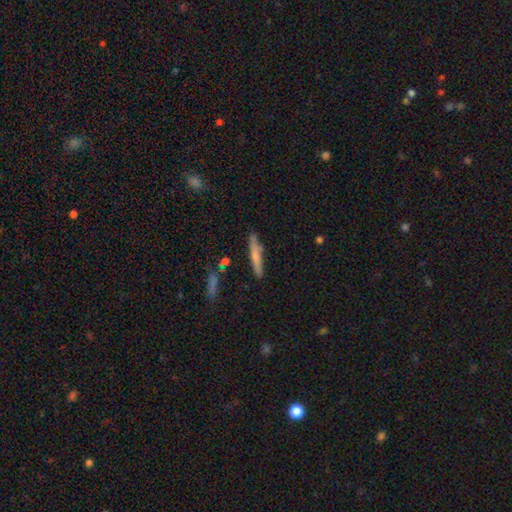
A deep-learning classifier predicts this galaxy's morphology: type=smooth (65%); roundness=cigar-shaped (92%); merging=none (80%).